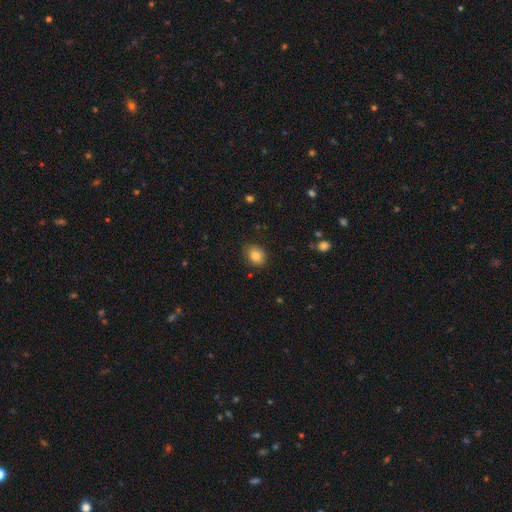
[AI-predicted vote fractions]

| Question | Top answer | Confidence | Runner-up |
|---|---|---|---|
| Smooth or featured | smooth | 83% | star or artifact (10%) |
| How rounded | round | 54% | in between (45%) |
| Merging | none | 83% | minor disturbance (13%) |